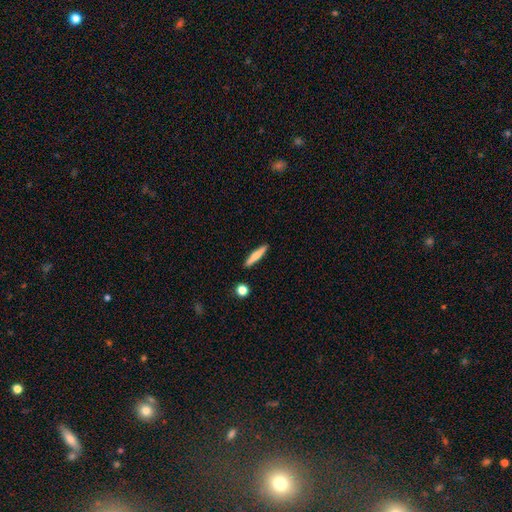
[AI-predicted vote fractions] smooth 66%, featured or disk 27%, star or artifact 6%. Down the decision tree: how rounded — cigar-shaped (91%); merging — none (90%).